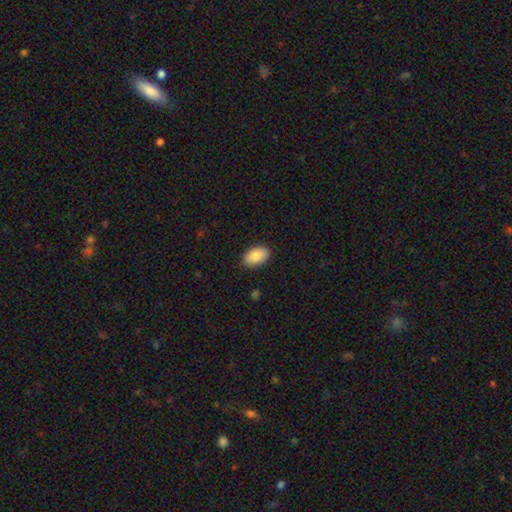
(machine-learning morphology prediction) Smooth or featured? smooth (86%)
How rounded? in between (93%)
Merging? none (88%)